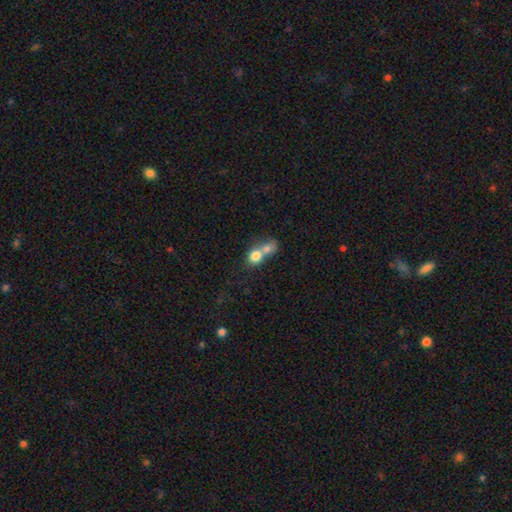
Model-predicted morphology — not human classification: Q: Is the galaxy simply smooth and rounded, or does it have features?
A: smooth — 74%.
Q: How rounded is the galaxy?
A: round — 64%.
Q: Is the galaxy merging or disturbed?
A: merger — 73%.